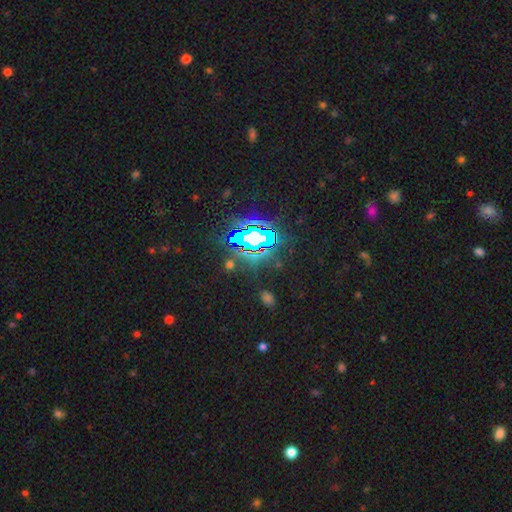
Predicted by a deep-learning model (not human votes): This appears to be a star or artifact, not a galaxy (83%).